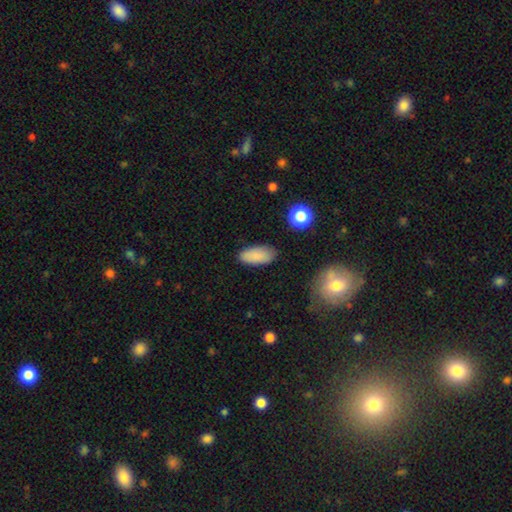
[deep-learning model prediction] A smooth galaxy with no disk features (86%) that is in between round and cigar-shaped (89%). Merging: none (83%).